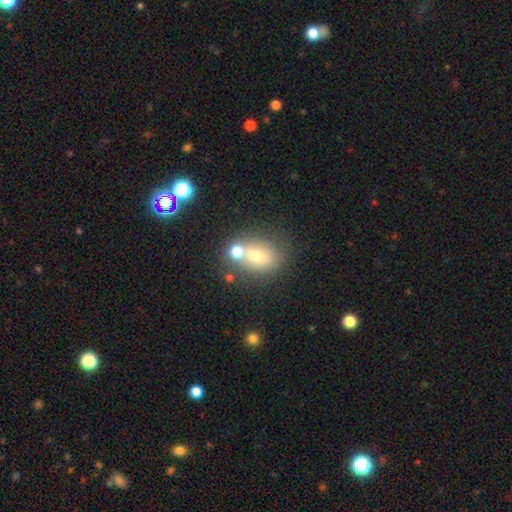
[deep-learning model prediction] Smooth or featured? smooth (64%)
How rounded? in between (63%)
Merging? none (51%)